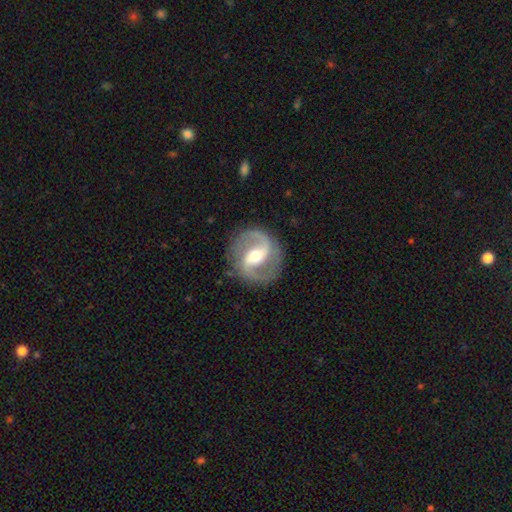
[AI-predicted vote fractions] Smooth or featured?
  - featured or disk: 87% *
  - smooth: 8%
  - star or artifact: 5%
Edge-on disk?
  - no: 97% *
  - yes: 3%
Bar?
  - weak: 44% *
  - strong: 37%
  - no: 19%
Spiral arms?
  - yes: 95% *
  - no: 5%
Spiral winding?
  - medium: 56% *
  - loose: 26%
  - tight: 18%
Spiral arm count?
  - 2: 92% *
  - can't tell: 2%
  - 1: 2%
  - 3: 1%
  - 4: 1%
  - more than 4: 1%
Bulge size?
  - moderate: 67% *
  - small: 23%
  - large: 8%
  - none: 1%
  - dominant: 1%
Merging?
  - none: 85% *
  - minor disturbance: 10%
  - major disturbance: 4%
  - merger: 1%